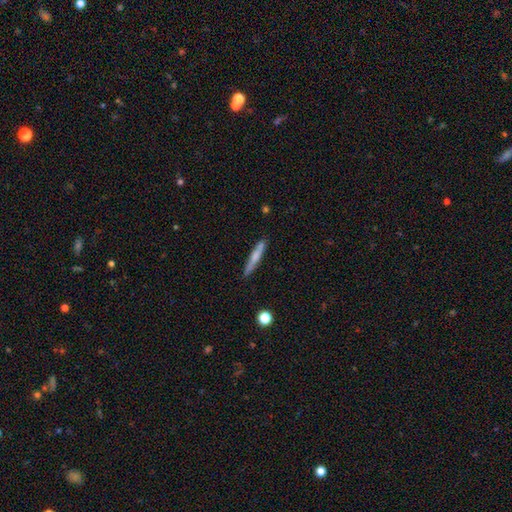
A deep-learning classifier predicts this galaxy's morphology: Smooth or featured: smooth — 60% (featured or disk — 33%)
How rounded: cigar-shaped — 94% (in between — 4%)
Merging: none — 84% (minor disturbance — 12%)